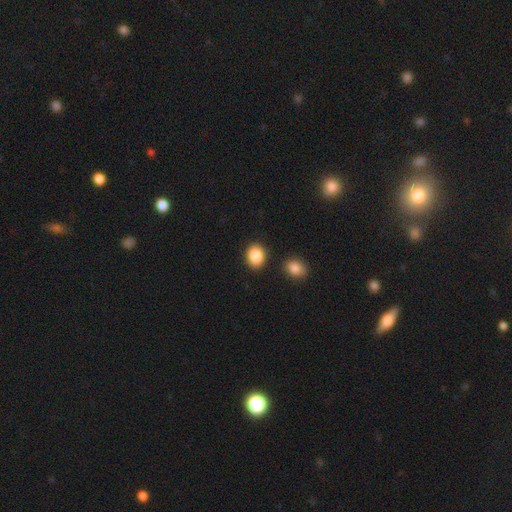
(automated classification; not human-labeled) This is clearly a smooth galaxy (88%). How rounded: possibly in between (54%). Merging: clearly none (85%).